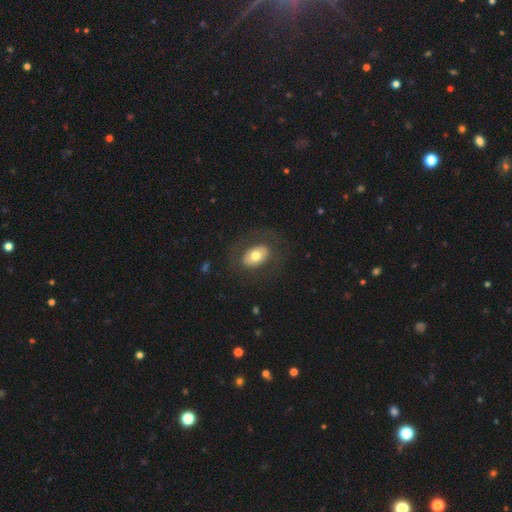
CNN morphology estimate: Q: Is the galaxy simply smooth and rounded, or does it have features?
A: smooth — 65%.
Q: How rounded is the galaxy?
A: in between — 84%.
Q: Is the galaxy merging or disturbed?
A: none — 75%.